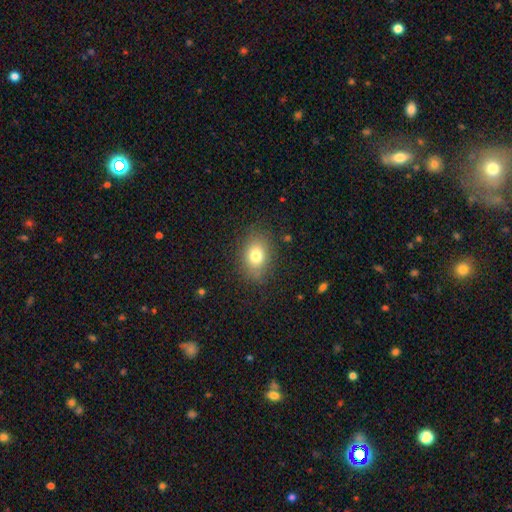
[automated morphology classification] This appears to be a smooth galaxy with no disk features (77%) that is in between round and cigar-shaped (69%). Merging: none (83%).